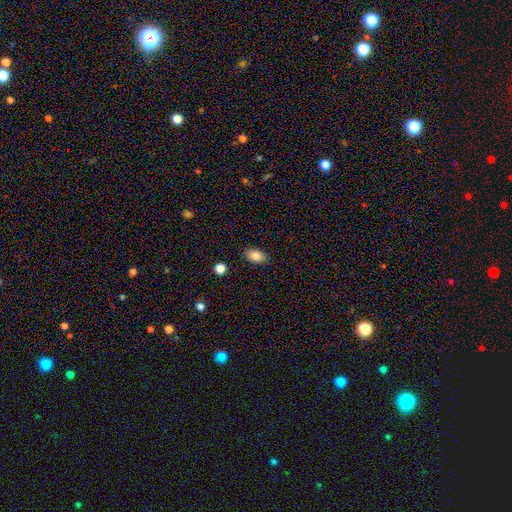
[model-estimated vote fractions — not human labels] A smooth galaxy with no disk features (85%) that is in between round and cigar-shaped (89%).

Vote fractions:
- Smooth or featured? smooth: 85% / star or artifact: 8% / featured or disk: 7%
- How rounded? in between: 89% / round: 9% / cigar-shaped: 2%
- Merging? none: 87% / minor disturbance: 9% / major disturbance: 2% / merger: 1%